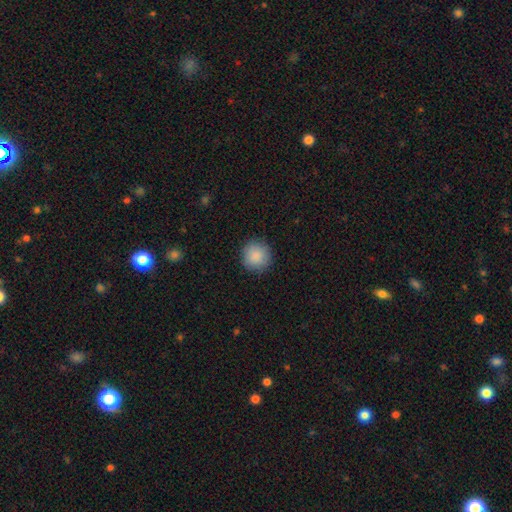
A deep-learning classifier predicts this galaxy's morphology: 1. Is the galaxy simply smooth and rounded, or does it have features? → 88% smooth, 8% star or artifact, 4% featured or disk.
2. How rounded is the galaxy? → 94% round, 5% in between, 1% cigar-shaped.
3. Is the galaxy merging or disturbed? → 89% none, 8% minor disturbance, 2% major disturbance, 1% merger.